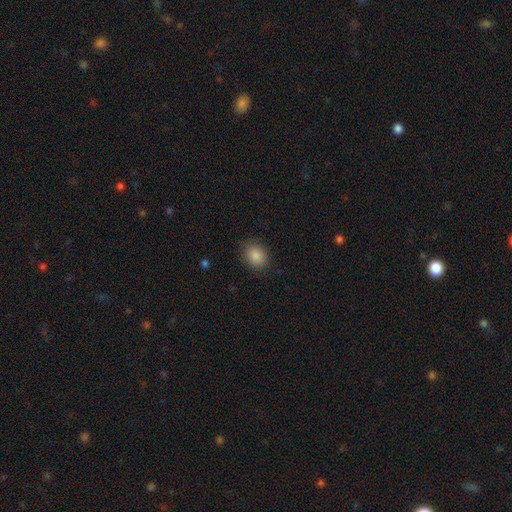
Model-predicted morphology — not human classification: A smooth galaxy with no disk features (87%) that is in between round and cigar-shaped (54%). Merging: none (85%).